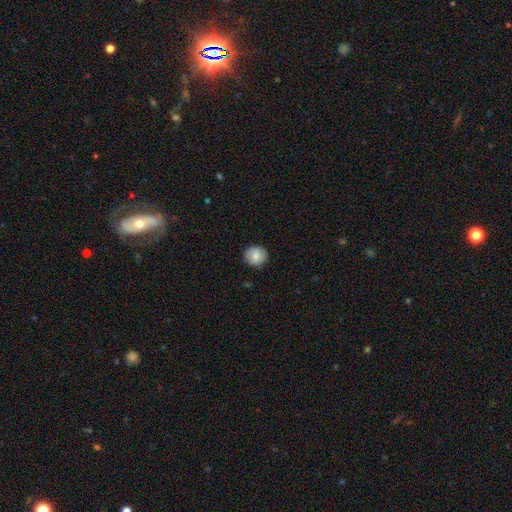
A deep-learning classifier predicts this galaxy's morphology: This appears to be a smooth galaxy with no disk features (83%) that is round (87%). Merging: none (85%).